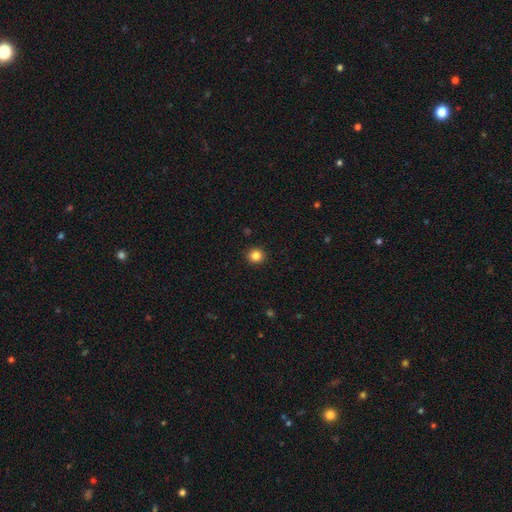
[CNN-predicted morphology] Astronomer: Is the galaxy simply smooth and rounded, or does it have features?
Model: smooth — 85%.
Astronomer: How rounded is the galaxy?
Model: round — 93%.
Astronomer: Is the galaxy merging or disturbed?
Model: none — 93%.